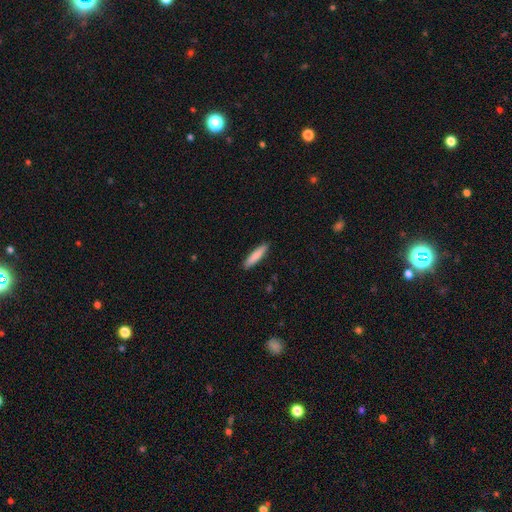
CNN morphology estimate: Smooth or featured?
  - smooth: 84% *
  - featured or disk: 11%
  - star or artifact: 6%
How rounded?
  - cigar-shaped: 84% *
  - in between: 15%
  - round: 1%
Merging?
  - none: 90% *
  - minor disturbance: 7%
  - major disturbance: 2%
  - merger: 1%